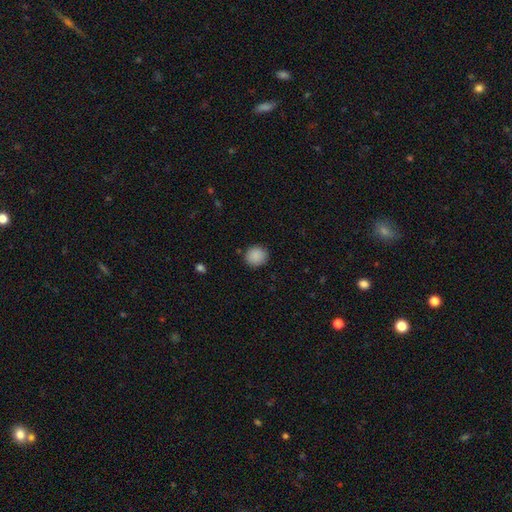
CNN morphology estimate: smooth-or-featured: smooth: 89% | star or artifact: 8% | featured or disk: 3%
  how-rounded: round: 89% | in between: 10% | cigar-shaped: 1%
  merging: none: 88% | minor disturbance: 8% | major disturbance: 2% | merger: 1%